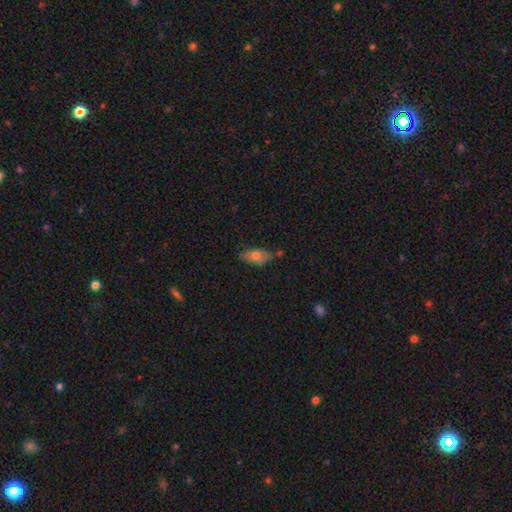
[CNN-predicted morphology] smooth-or-featured: smooth: 72% | featured or disk: 20% | star or artifact: 8%
  how-rounded: in between: 88% | cigar-shaped: 6% | round: 5%
  merging: none: 66% | minor disturbance: 24% | merger: 6% | major disturbance: 5%